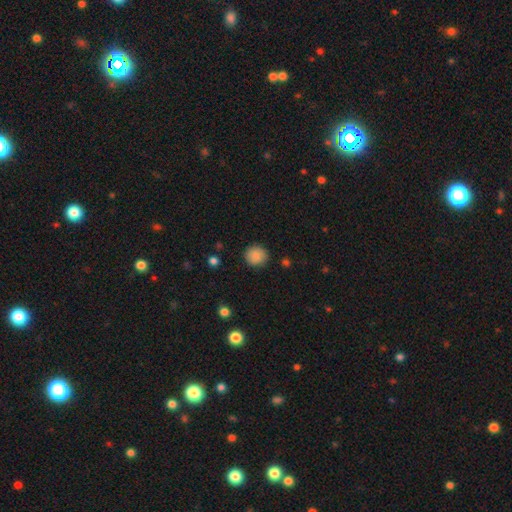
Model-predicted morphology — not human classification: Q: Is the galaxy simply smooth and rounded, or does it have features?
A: smooth — 88%.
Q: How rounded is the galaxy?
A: round — 91%.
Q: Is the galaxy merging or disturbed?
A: none — 89%.